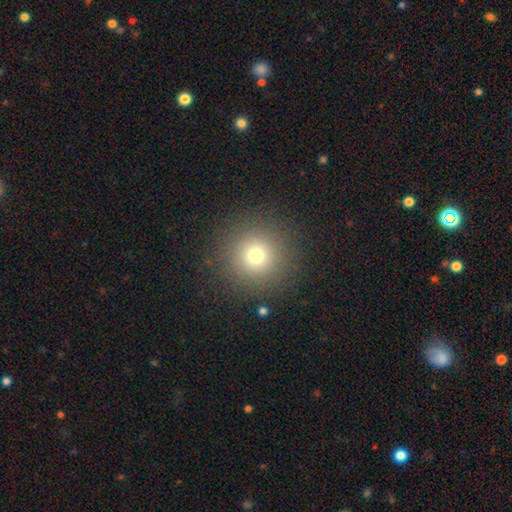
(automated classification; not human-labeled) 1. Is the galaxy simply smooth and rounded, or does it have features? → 74% smooth, 17% star or artifact, 9% featured or disk.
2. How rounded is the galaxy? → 96% round, 3% in between, 1% cigar-shaped.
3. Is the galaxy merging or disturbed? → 90% none, 6% minor disturbance, 3% major disturbance, 1% merger.